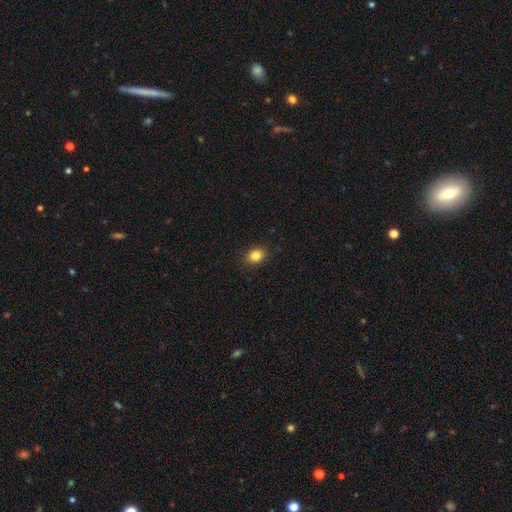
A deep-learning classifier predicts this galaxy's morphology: The model was most divided on "how rounded": in between: 61%, round: 38%, cigar-shaped: 1%. More confident: merging — none (89%); smooth or featured — smooth (84%).